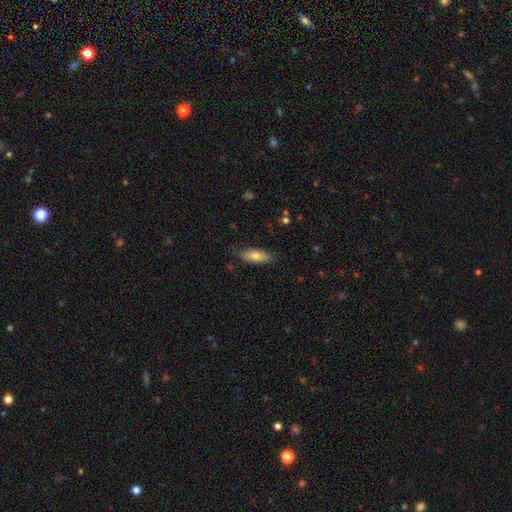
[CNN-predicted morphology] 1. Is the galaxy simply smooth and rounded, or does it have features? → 74% smooth, 19% featured or disk, 6% star or artifact.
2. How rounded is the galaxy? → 63% in between, 35% cigar-shaped, 2% round.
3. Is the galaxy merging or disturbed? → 80% none, 16% minor disturbance, 3% major disturbance, 1% merger.